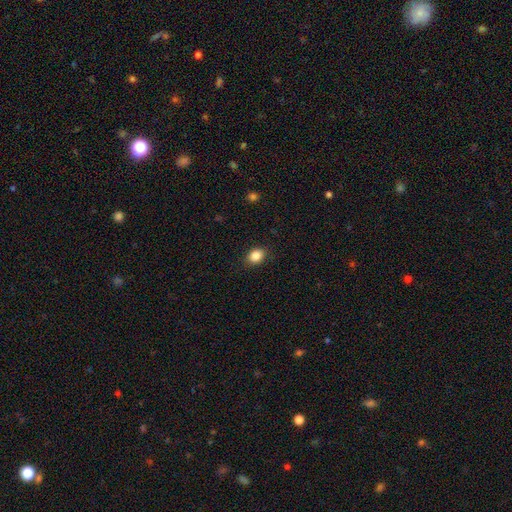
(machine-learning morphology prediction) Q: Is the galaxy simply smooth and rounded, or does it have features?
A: smooth — 86%.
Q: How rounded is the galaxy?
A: in between — 55%.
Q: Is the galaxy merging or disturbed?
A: none — 88%.